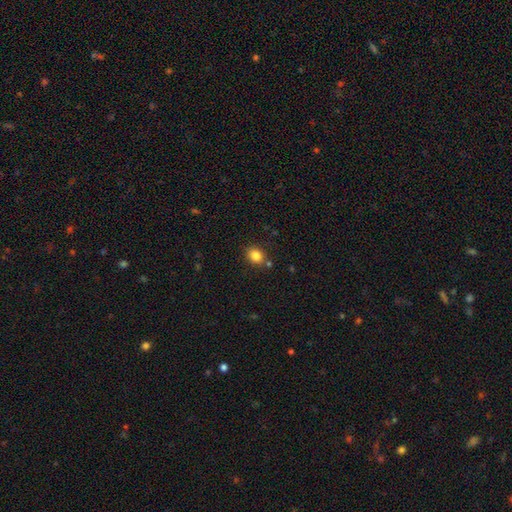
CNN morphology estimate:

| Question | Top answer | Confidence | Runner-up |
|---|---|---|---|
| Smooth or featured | smooth | 84% | star or artifact (11%) |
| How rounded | round | 55% | in between (44%) |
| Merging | none | 78% | minor disturbance (11%) |